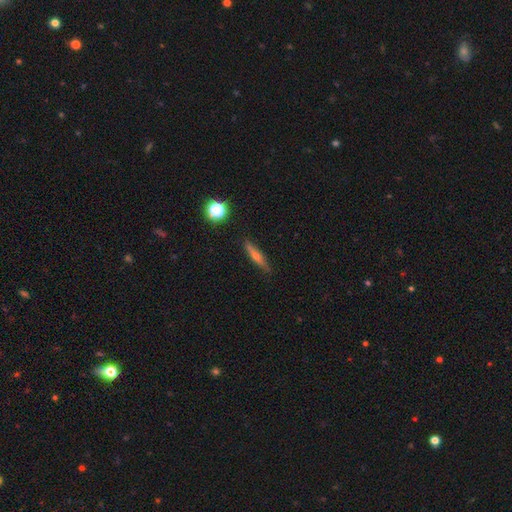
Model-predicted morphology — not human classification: smooth-or-featured: featured or disk: 47% | smooth: 43% | star or artifact: 10%
  merging: none: 88% | minor disturbance: 9% | major disturbance: 2% | merger: 1%